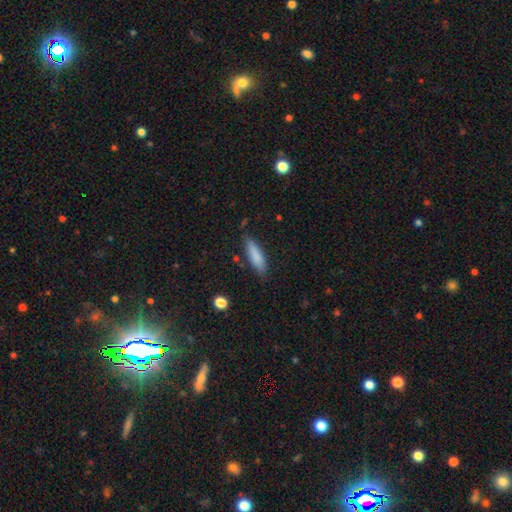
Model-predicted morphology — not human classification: Overall: smooth (84%). How rounded: cigar-shaped (65%; in between 34%). Merging: none (81%).